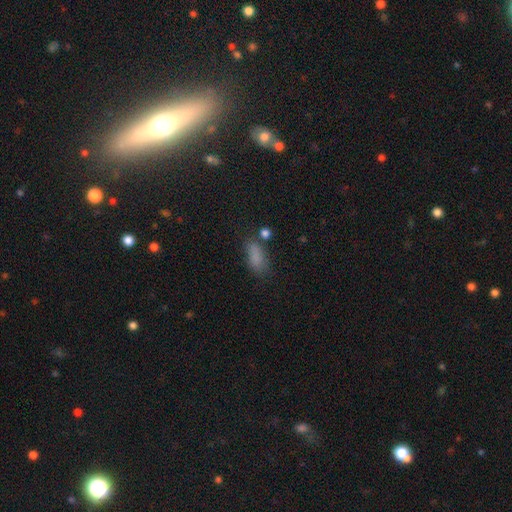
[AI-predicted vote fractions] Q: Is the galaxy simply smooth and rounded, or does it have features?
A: smooth — 80%.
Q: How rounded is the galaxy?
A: in between — 80%.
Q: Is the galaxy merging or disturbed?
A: none — 56%.